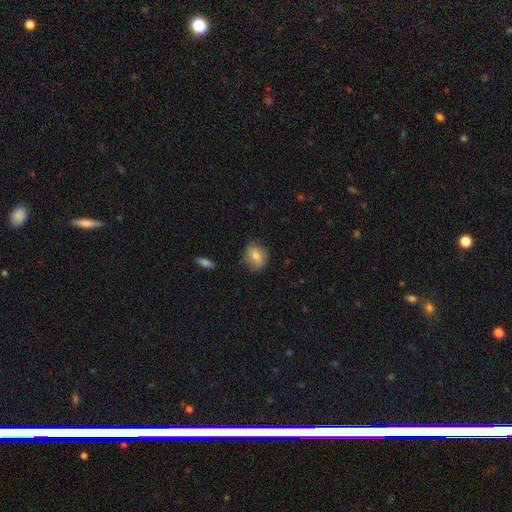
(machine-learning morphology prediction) smooth-or-featured: smooth: 72% | featured or disk: 19% | star or artifact: 9%
  how-rounded: round: 60% | in between: 39% | cigar-shaped: 2%
  merging: none: 74% | minor disturbance: 20% | major disturbance: 4% | merger: 2%